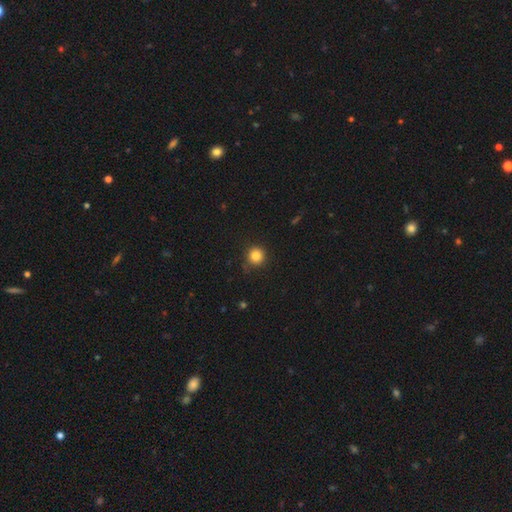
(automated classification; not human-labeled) smooth 84%, star or artifact 11%, featured or disk 4%. Down the decision tree: how rounded — round (94%); merging — none (87%).